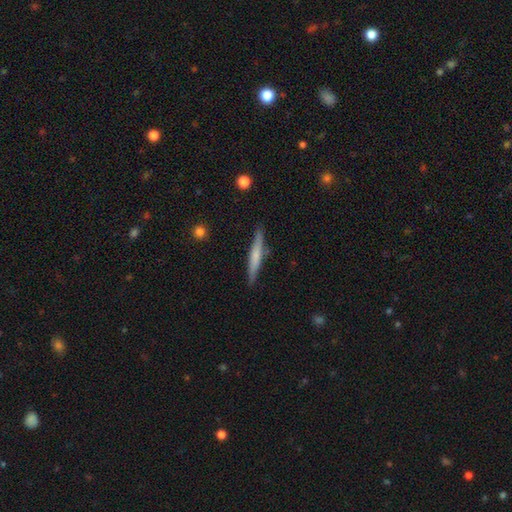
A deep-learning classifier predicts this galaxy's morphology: Overall: smooth (55%; featured or disk 40%). How rounded: cigar-shaped (94%). Merging: none (88%).